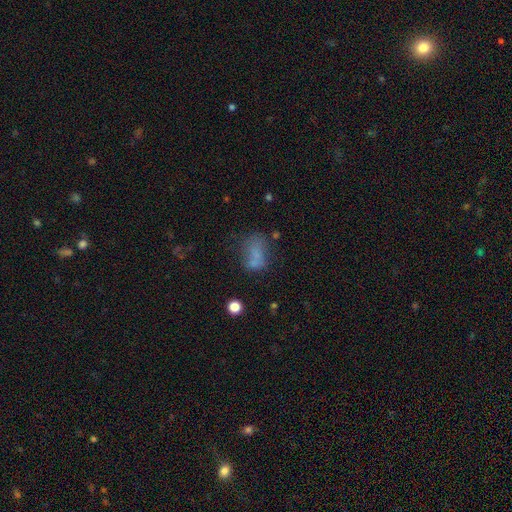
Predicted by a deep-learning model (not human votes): Smooth or featured? smooth (63%)
How rounded? in between (78%)
Merging? none (42%)